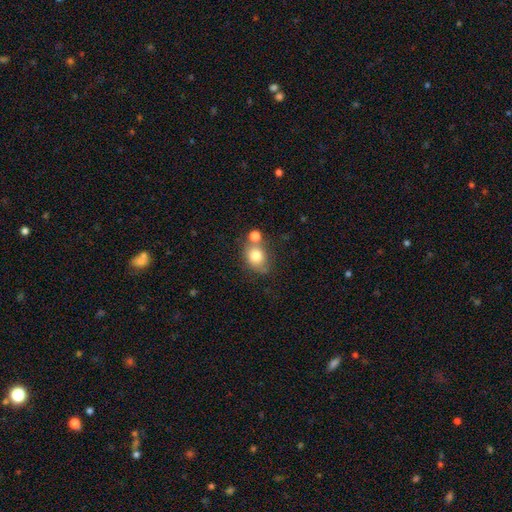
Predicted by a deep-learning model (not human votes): Morphology: type=smooth (77%); roundness=in between (50%); merging=none (50%).